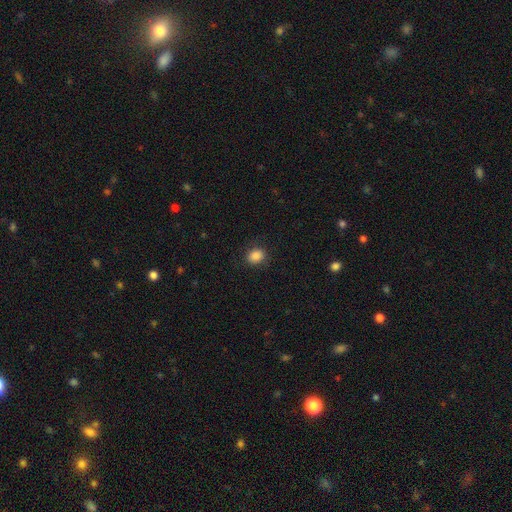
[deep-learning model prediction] smooth-or-featured: smooth: 87% | star or artifact: 10% | featured or disk: 3%
  how-rounded: round: 51% | in between: 48% | cigar-shaped: 1%
  merging: none: 87% | minor disturbance: 9% | major disturbance: 3% | merger: 1%